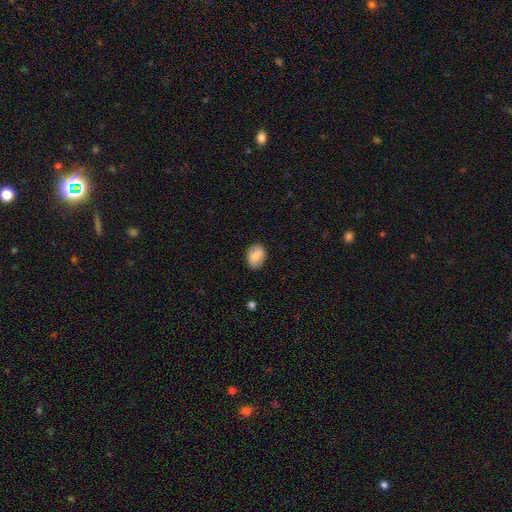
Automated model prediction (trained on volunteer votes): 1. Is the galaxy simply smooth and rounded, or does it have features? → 77% smooth, 15% featured or disk, 8% star or artifact.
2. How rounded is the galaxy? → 72% in between, 27% round, 1% cigar-shaped.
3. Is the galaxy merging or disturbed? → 78% none, 17% minor disturbance, 4% major disturbance, 2% merger.